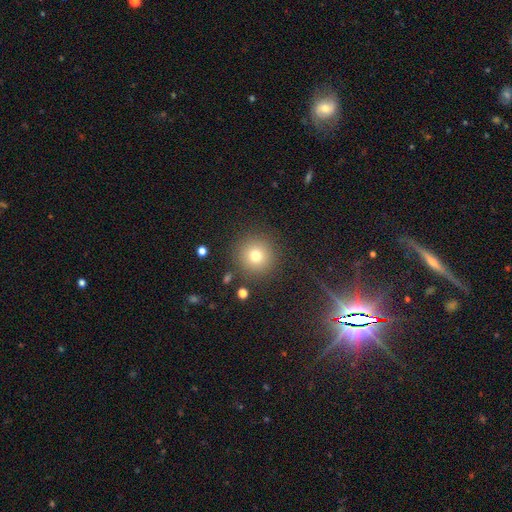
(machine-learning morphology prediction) The model was most divided on "smooth or featured": smooth: 76%, star or artifact: 14%, featured or disk: 10%. More confident: how rounded — round (95%); merging — none (87%).